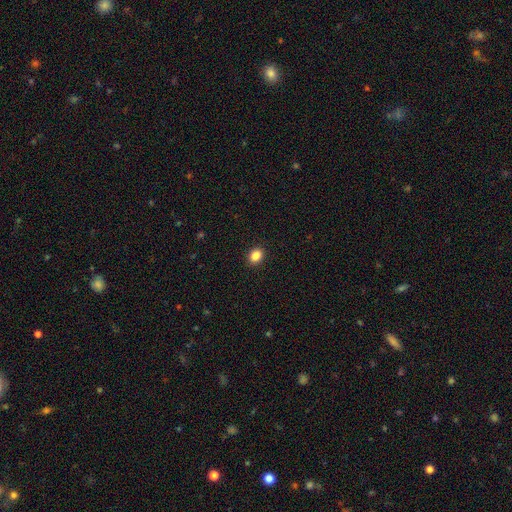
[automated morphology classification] type=smooth (86%); roundness=in between (52%); merging=none (92%).